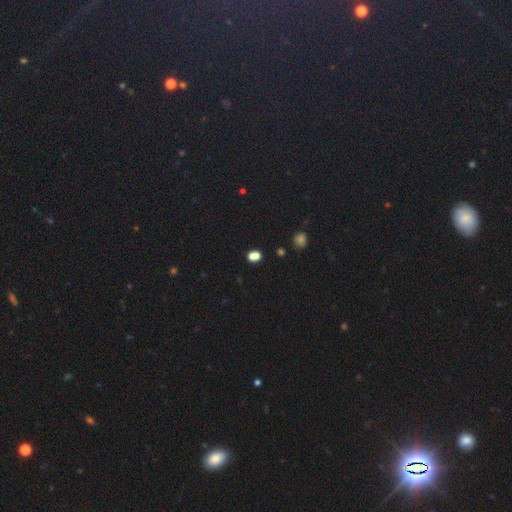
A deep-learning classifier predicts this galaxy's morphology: Smooth or featured?
  - smooth: 66% *
  - star or artifact: 28%
  - featured or disk: 6%
How rounded?
  - round: 54% *
  - in between: 44%
  - cigar-shaped: 2%
Merging?
  - none: 68% *
  - merger: 18%
  - minor disturbance: 10%
  - major disturbance: 4%